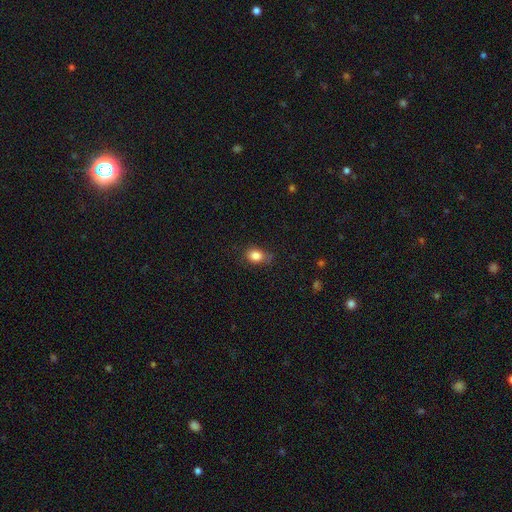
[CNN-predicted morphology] Smooth or featured: smooth — 84% (star or artifact — 10%)
How rounded: in between — 61% (round — 37%)
Merging: none — 73% (minor disturbance — 21%)